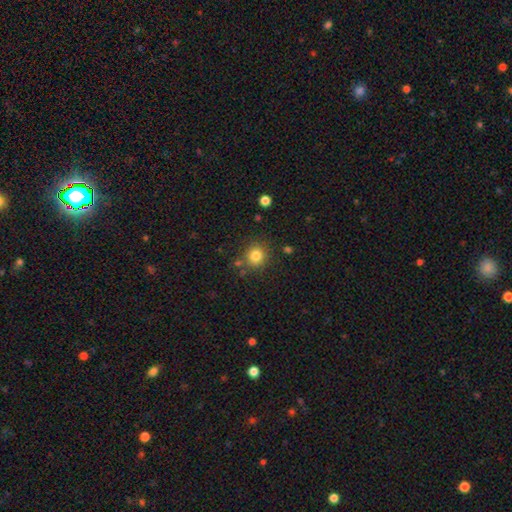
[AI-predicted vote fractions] smooth-or-featured: smooth: 82% | star or artifact: 12% | featured or disk: 6%
  how-rounded: round: 88% | in between: 12% | cigar-shaped: 1%
  merging: none: 83% | minor disturbance: 9% | merger: 5% | major disturbance: 3%